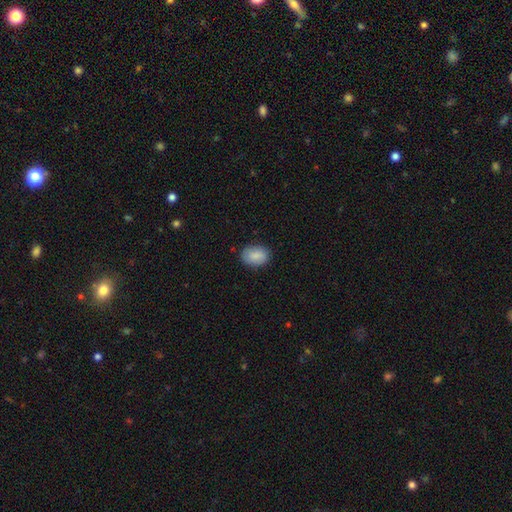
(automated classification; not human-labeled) Q: Smooth or featured?
A: smooth (87%); runner-up: featured or disk (7%)
Q: How rounded?
A: in between (81%); runner-up: round (18%)
Q: Merging?
A: none (84%); runner-up: minor disturbance (12%)